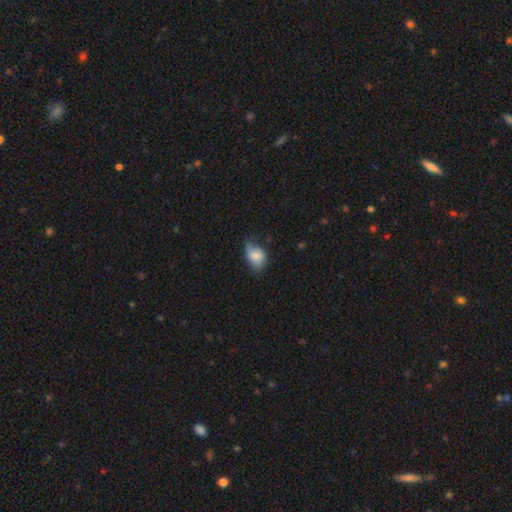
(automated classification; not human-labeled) smooth 77%, featured or disk 15%, star or artifact 7%. Down the decision tree: how rounded — in between (83%); merging — none (51%).